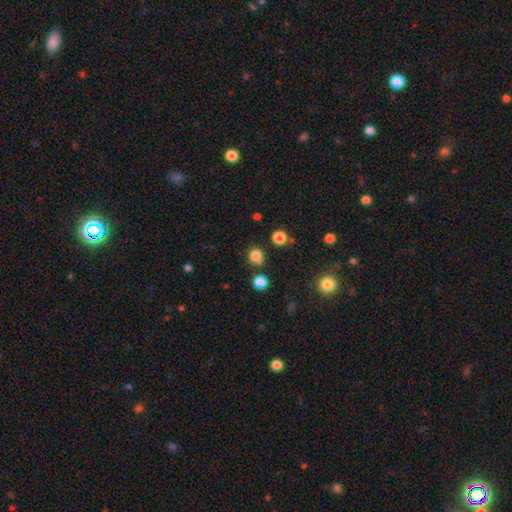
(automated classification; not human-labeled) smooth-or-featured: smooth: 82% | star or artifact: 14% | featured or disk: 4%
  how-rounded: round: 87% | in between: 13% | cigar-shaped: 1%
  merging: none: 79% | minor disturbance: 10% | merger: 8% | major disturbance: 3%